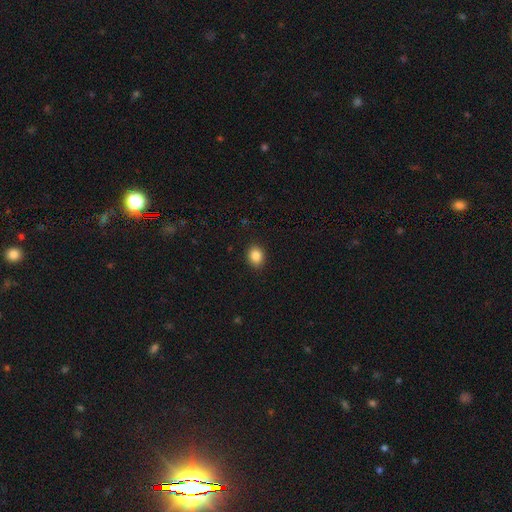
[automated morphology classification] The model was most divided on "how rounded": round: 59%, in between: 40%, cigar-shaped: 1%. More confident: merging — none (90%); smooth or featured — smooth (86%).